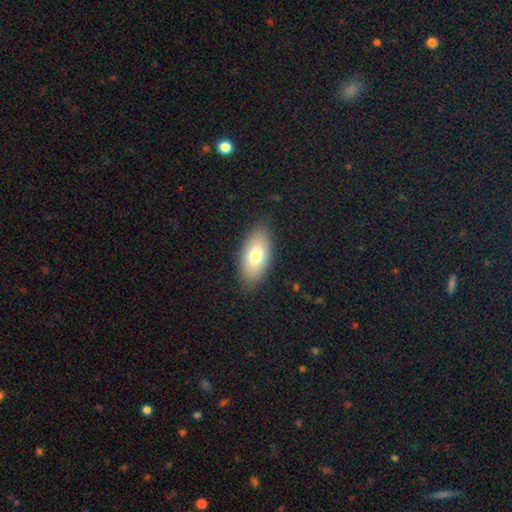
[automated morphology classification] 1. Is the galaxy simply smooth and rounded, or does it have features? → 75% smooth, 18% featured or disk, 8% star or artifact.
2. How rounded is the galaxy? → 91% in between, 5% cigar-shaped, 4% round.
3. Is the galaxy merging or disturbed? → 86% none, 10% minor disturbance, 3% major disturbance, 1% merger.